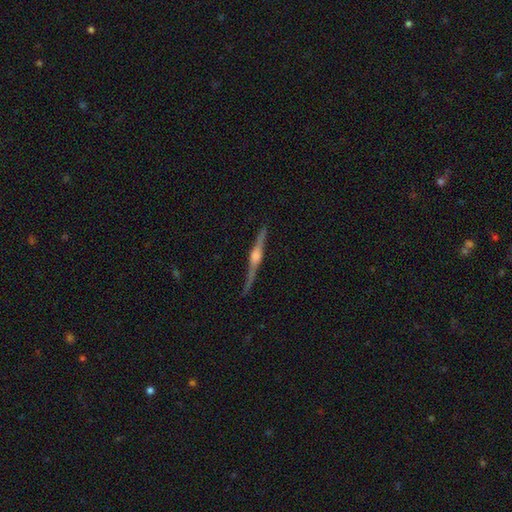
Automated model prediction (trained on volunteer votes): The model was most divided on "smooth or featured": featured or disk: 84%, smooth: 10%, star or artifact: 6%. More confident: edge-on disk — yes (98%); merging — none (87%); edge-on bulge — rounded (86%).